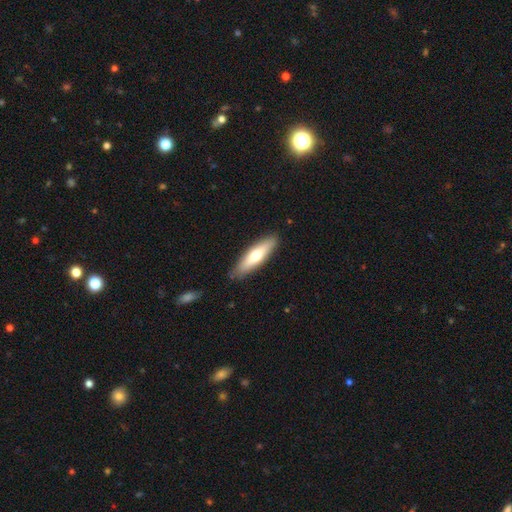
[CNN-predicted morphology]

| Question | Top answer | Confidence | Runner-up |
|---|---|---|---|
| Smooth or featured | smooth | 61% | featured or disk (34%) |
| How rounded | cigar-shaped | 66% | in between (33%) |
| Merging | none | 86% | minor disturbance (11%) |